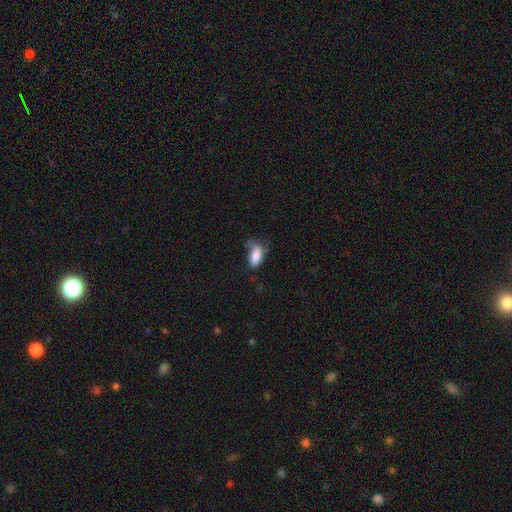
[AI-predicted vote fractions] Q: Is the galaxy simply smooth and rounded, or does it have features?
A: smooth — 84%.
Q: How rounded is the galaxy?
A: in between — 89%.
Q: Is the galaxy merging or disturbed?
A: none — 45%.